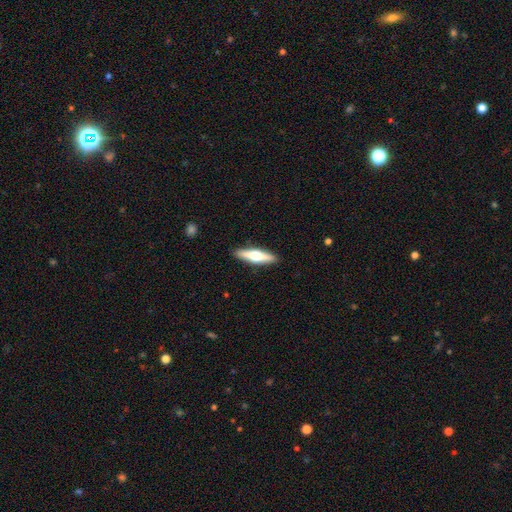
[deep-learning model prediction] Q: Smooth or featured?
A: featured or disk (52%); runner-up: smooth (43%)
Q: Edge-on disk?
A: yes (94%); runner-up: no (6%)
Q: Merging?
A: none (90%); runner-up: minor disturbance (7%)